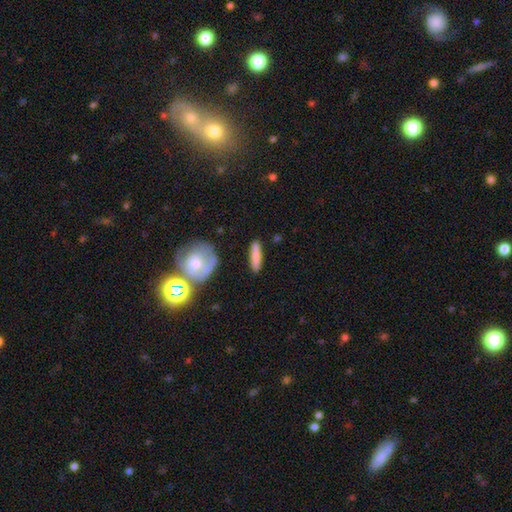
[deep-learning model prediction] A smooth galaxy with no disk features (78%) that is cigar-shaped (82%).

Vote fractions:
- Smooth or featured? smooth: 78% / featured or disk: 16% / star or artifact: 6%
- How rounded? cigar-shaped: 82% / in between: 16% / round: 2%
- Merging? none: 85% / minor disturbance: 9% / merger: 3% / major disturbance: 2%